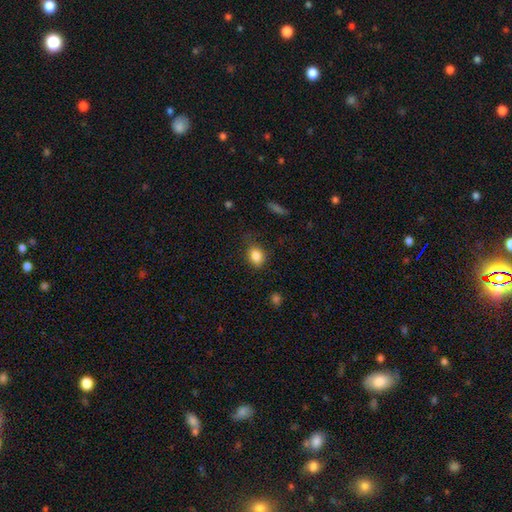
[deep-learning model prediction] Smooth or featured? Predicted: smooth (p=0.85). How rounded? Predicted: in between (p=0.60). Merging? Predicted: none (p=0.74).